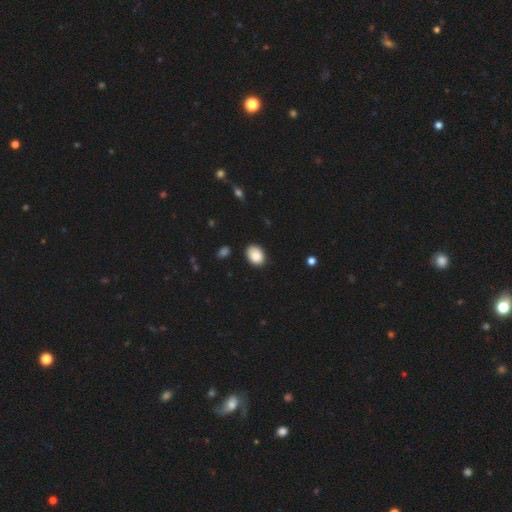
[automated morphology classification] This appears to be a smooth galaxy with no disk features (87%) that is in between round and cigar-shaped (78%). Merging: none (85%).